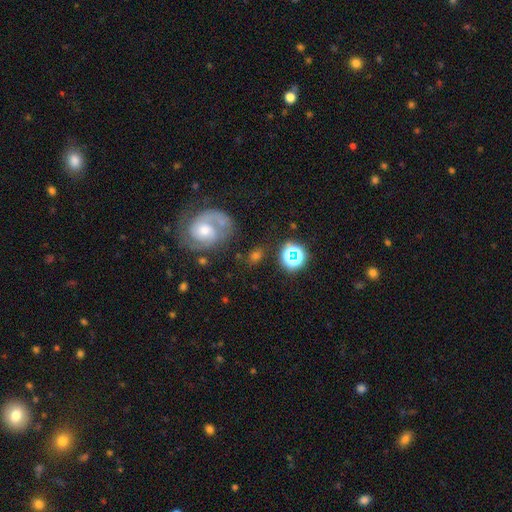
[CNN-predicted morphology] smooth-or-featured: featured or disk: 44% | smooth: 36% | star or artifact: 20%
  merging: none: 66% | minor disturbance: 16% | merger: 10% | major disturbance: 9%